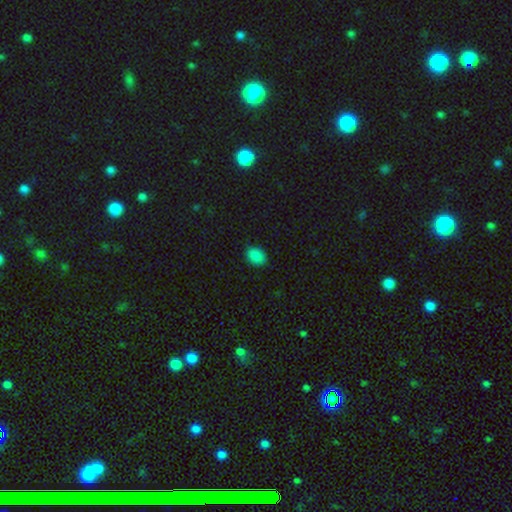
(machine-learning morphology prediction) Q: Smooth or featured?
A: smooth (87%); runner-up: star or artifact (10%)
Q: How rounded?
A: in between (69%); runner-up: round (30%)
Q: Merging?
A: none (87%); runner-up: minor disturbance (10%)